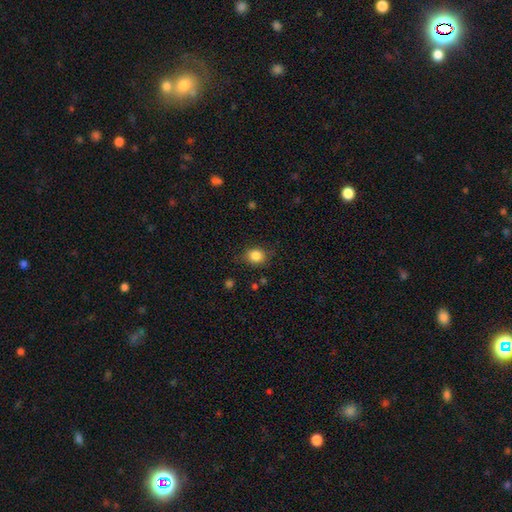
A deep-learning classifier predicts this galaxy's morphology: smooth_or_featured: smooth (p=0.84) [alt: star or artifact p=0.10]
how_rounded: round (p=0.68) [alt: in between p=0.31]
merging: none (p=0.78) [alt: minor disturbance p=0.16]